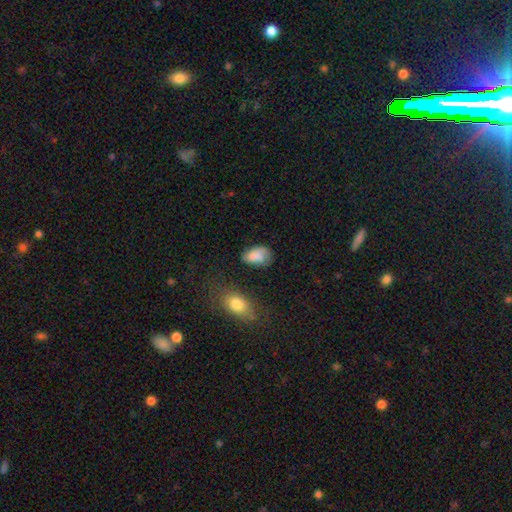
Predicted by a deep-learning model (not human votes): Smooth or featured?
  - smooth: 75% *
  - featured or disk: 17%
  - star or artifact: 9%
How rounded?
  - in between: 86% *
  - round: 13%
  - cigar-shaped: 2%
Merging?
  - none: 55% *
  - minor disturbance: 29%
  - major disturbance: 11%
  - merger: 5%